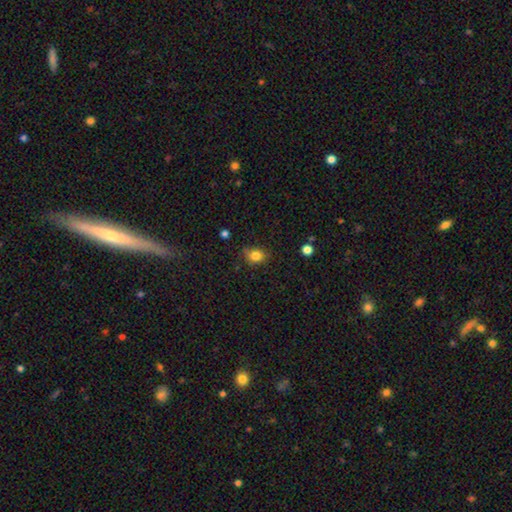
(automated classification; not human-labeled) Overall: smooth (83%). How rounded: round (60%; in between 39%). Merging: none (71%).